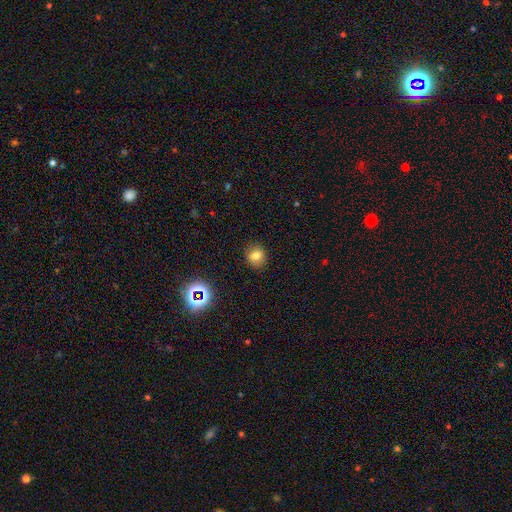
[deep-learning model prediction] This appears to be a smooth galaxy with no disk features (76%) that is round (73%). Merging: none (86%).